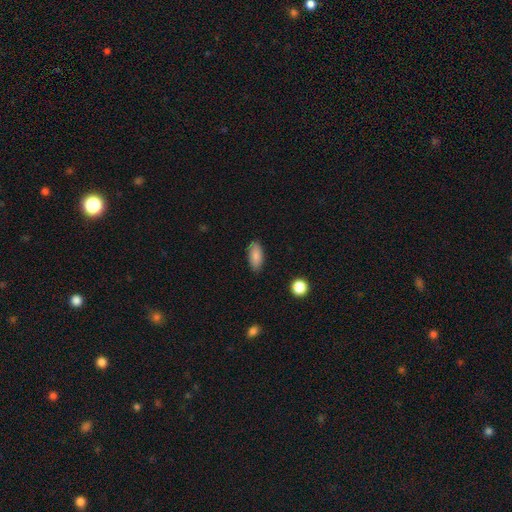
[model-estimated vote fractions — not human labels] This appears to be a smooth galaxy with no disk features (87%) that is in between round and cigar-shaped (84%). Merging: none (85%).